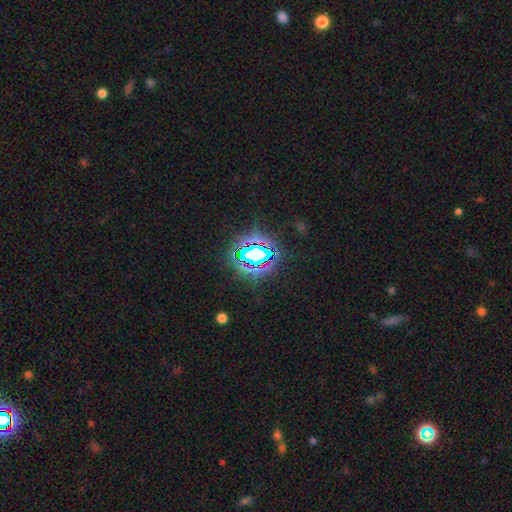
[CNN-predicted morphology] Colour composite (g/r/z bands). It shows a star or artifact, not a galaxy (73%).